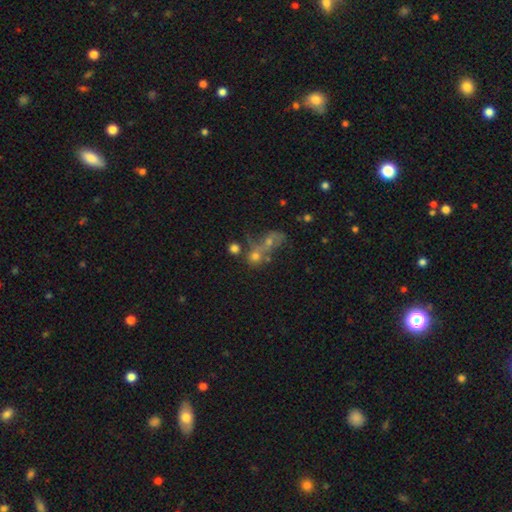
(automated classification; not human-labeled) The model was most divided on "merging": merger: 51%, none: 29%, major disturbance: 11%, minor disturbance: 9%. More confident: how rounded — round (68%); smooth or featured — smooth (53%).